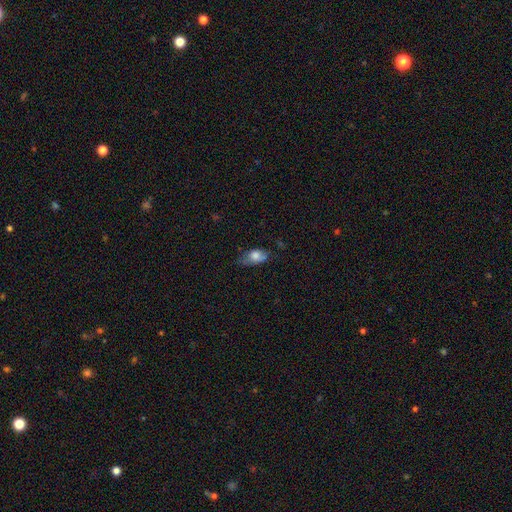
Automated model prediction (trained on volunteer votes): Q: Smooth or featured?
A: smooth (73%); runner-up: featured or disk (18%)
Q: How rounded?
A: in between (86%); runner-up: round (8%)
Q: Merging?
A: none (51%); runner-up: minor disturbance (34%)